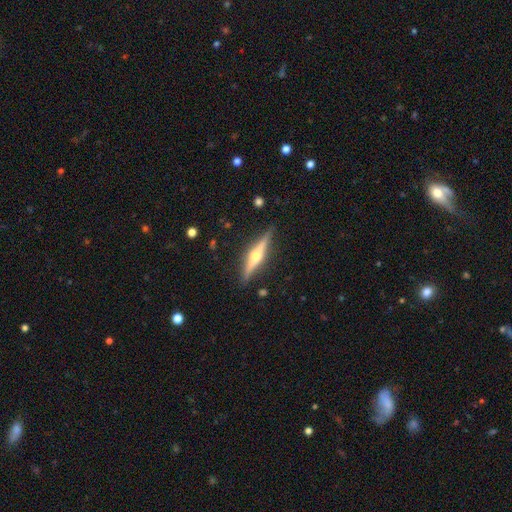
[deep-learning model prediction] featured or disk 77%, smooth 17%, star or artifact 5%. Down the decision tree: edge-on disk — yes (98%); edge-on bulge — rounded (95%); merging — none (88%).